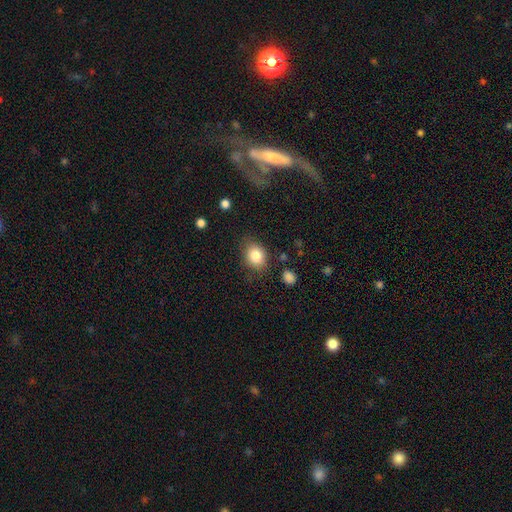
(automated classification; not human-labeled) smooth 83%, star or artifact 9%, featured or disk 8%. Down the decision tree: how rounded — in between (53%); merging — none (78%).